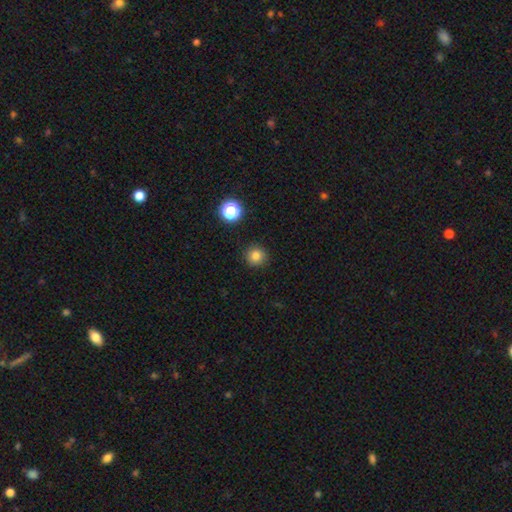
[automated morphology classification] smooth_or_featured: smooth (p=0.81) [alt: star or artifact p=0.14]
how_rounded: round (p=0.94) [alt: in between p=0.05]
merging: none (p=0.91) [alt: minor disturbance p=0.06]